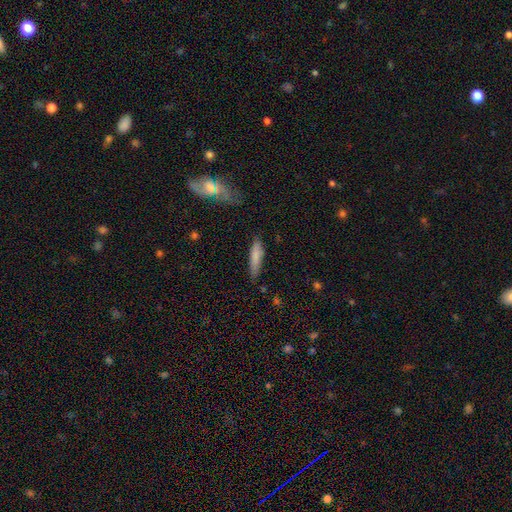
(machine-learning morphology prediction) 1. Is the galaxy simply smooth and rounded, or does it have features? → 79% smooth, 15% featured or disk, 7% star or artifact.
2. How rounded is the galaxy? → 80% cigar-shaped, 19% in between, 2% round.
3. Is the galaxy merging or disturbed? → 75% none, 19% minor disturbance, 4% major disturbance, 2% merger.